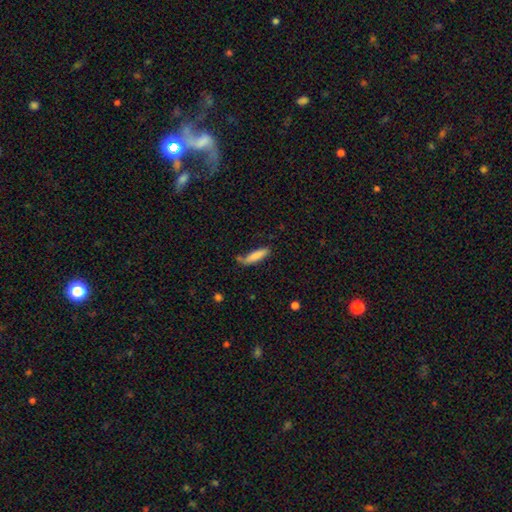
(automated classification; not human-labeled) A smooth galaxy with no disk features (80%) that is cigar-shaped (73%). Merging: none (62%).